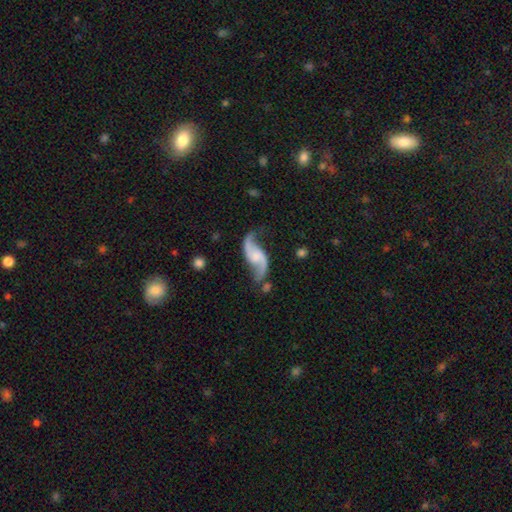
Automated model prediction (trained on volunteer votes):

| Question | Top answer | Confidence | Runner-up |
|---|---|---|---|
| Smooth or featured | featured or disk | 88% | smooth (7%) |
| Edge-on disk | no | 97% | yes (3%) |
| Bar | no | 54% | weak (35%) |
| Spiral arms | yes | 97% | no (3%) |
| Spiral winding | loose | 83% | medium (14%) |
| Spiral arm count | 2 | 94% | 1 (2%) |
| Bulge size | none | 36% | small (34%) |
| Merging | none | 68% | minor disturbance (17%) |